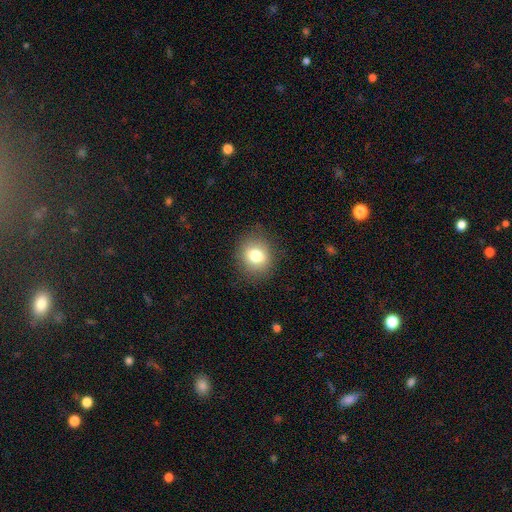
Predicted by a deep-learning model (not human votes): The model was most divided on "how rounded": round: 76%, in between: 23%, cigar-shaped: 1%. More confident: merging — none (86%); smooth or featured — smooth (78%).